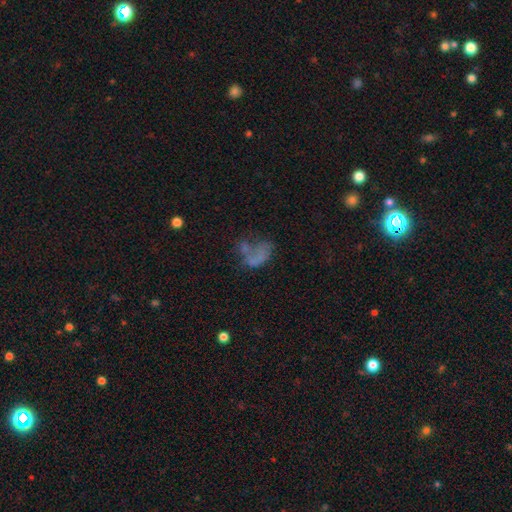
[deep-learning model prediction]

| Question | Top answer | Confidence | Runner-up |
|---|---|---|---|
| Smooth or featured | smooth | 47% | featured or disk (35%) |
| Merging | major disturbance | 34% | none (27%) |